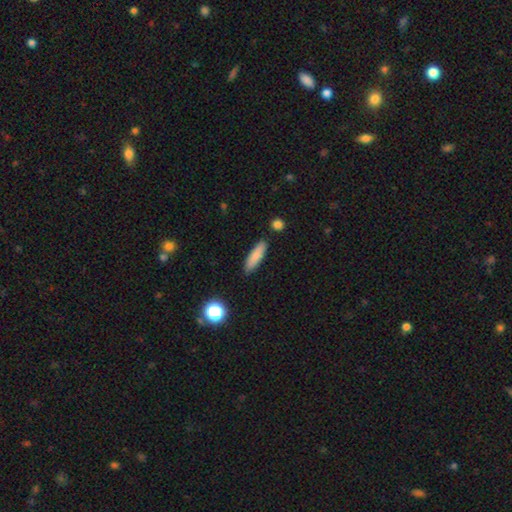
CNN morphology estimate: This appears to be a smooth galaxy with no disk features (83%) that is cigar-shaped (64%). Merging: none (86%).